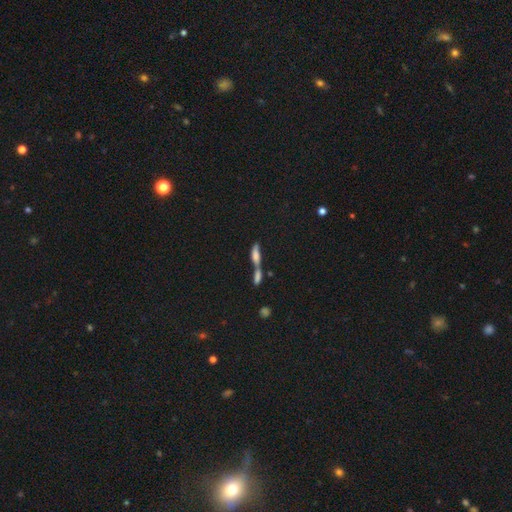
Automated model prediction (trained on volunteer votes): A smooth galaxy with no disk features (61%) that is cigar-shaped (53%).

Vote fractions:
- Smooth or featured? smooth: 61% / featured or disk: 27% / star or artifact: 12%
- How rounded? cigar-shaped: 53% / in between: 43% / round: 4%
- Merging? merger: 68% / none: 19% / minor disturbance: 7% / major disturbance: 6%